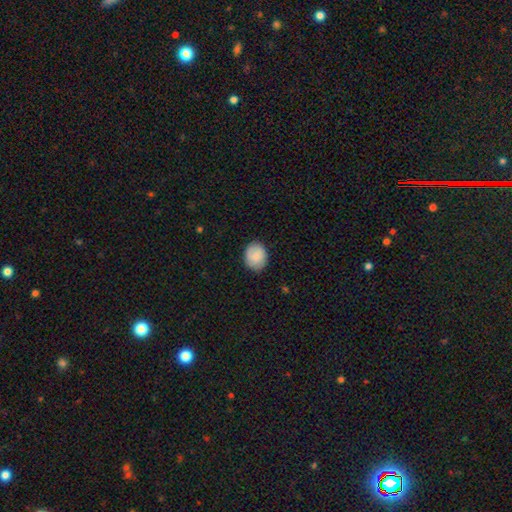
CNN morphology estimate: This appears to be a smooth galaxy with no disk features (84%) that is round (55%). Merging: none (85%).